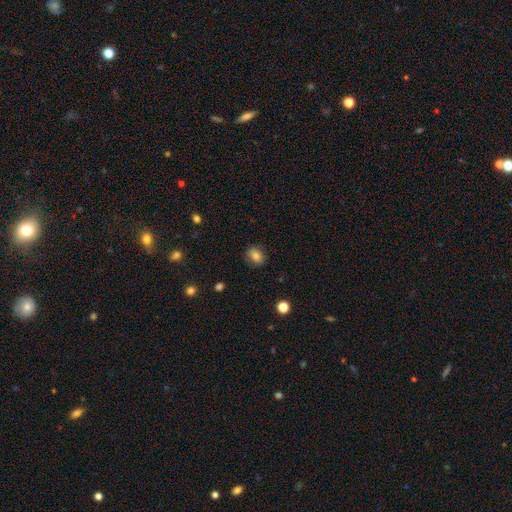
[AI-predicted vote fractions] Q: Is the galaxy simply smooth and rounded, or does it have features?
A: smooth — 79%.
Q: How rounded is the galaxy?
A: in between — 55%.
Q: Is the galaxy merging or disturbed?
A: none — 83%.